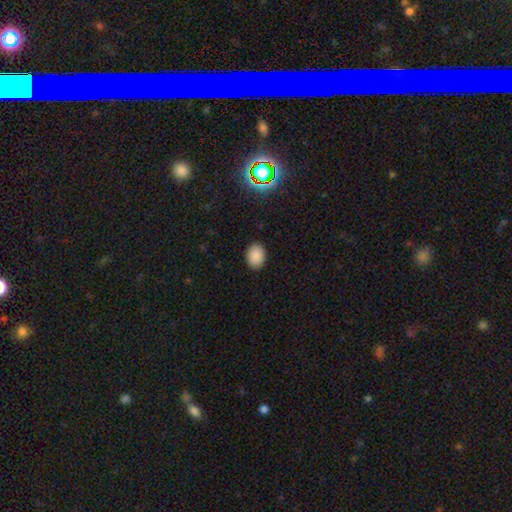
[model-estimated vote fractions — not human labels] This is clearly a smooth galaxy (87%). How rounded: likely in between (74%). Merging: clearly none (89%).